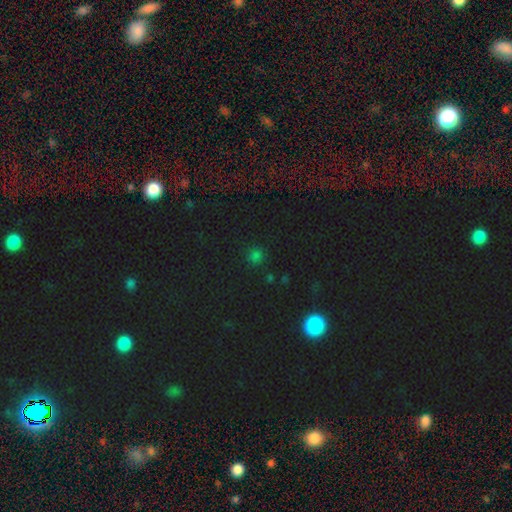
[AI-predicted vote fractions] Smooth or featured? Predicted: smooth (p=0.68). How rounded? Predicted: round (p=0.88). Merging? Predicted: none (p=0.87).